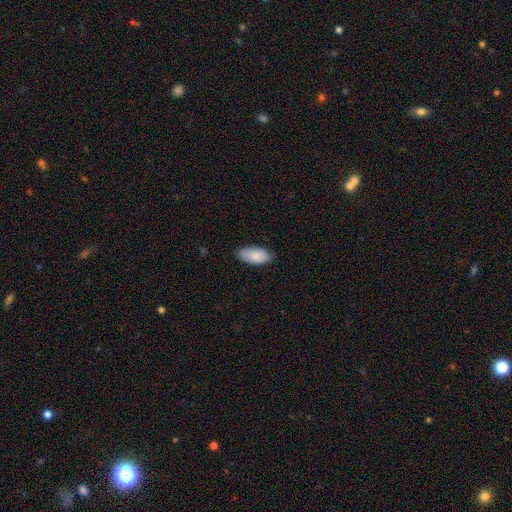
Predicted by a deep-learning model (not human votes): Smooth or featured? smooth (87%)
How rounded? in between (92%)
Merging? none (84%)